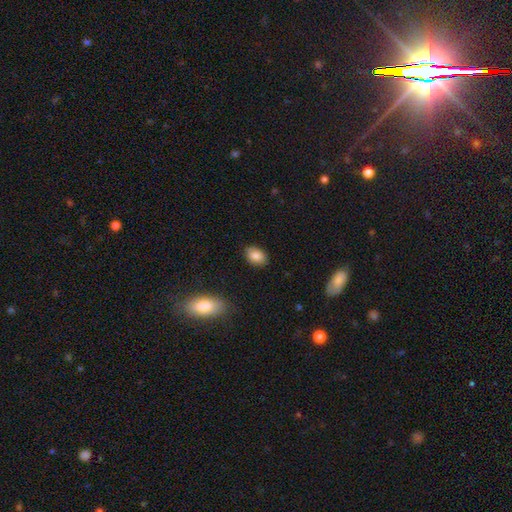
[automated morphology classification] Smooth or featured?
  - smooth: 85% *
  - star or artifact: 8%
  - featured or disk: 7%
How rounded?
  - in between: 82% *
  - round: 17%
  - cigar-shaped: 1%
Merging?
  - none: 86% *
  - minor disturbance: 10%
  - major disturbance: 2%
  - merger: 1%